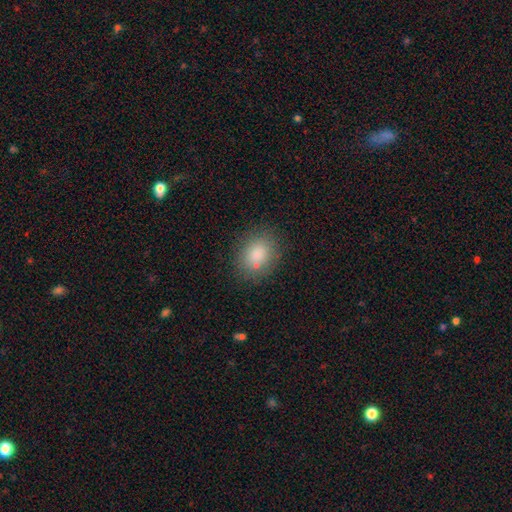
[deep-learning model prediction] smooth_or_featured: smooth (p=0.84) [alt: star or artifact p=0.09]
how_rounded: in between (p=0.56) [alt: round p=0.43]
merging: none (p=0.82) [alt: minor disturbance p=0.12]